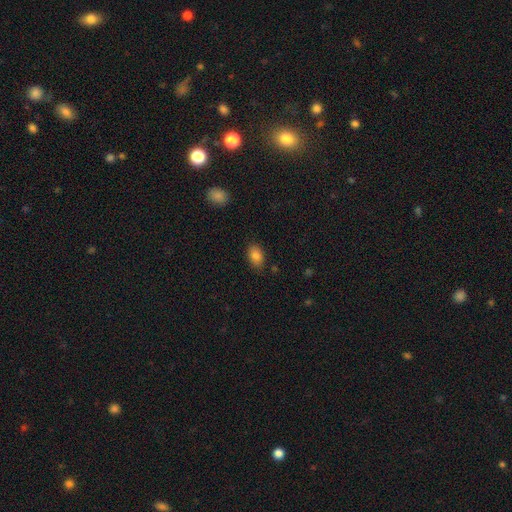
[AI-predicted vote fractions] Smooth or featured? smooth (83%)
How rounded? in between (86%)
Merging? none (85%)